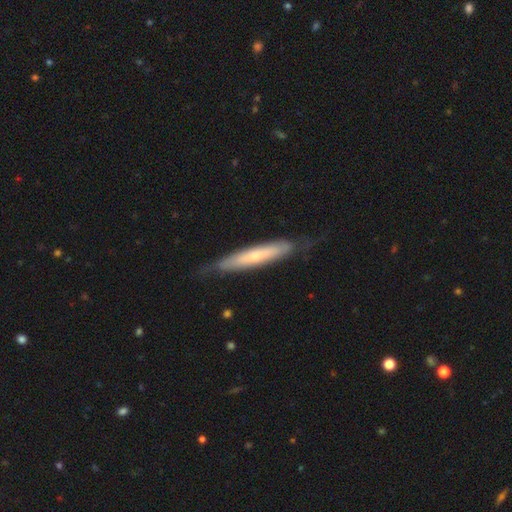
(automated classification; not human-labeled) Morphology: type=featured or disk (50%); merging=none (75%).